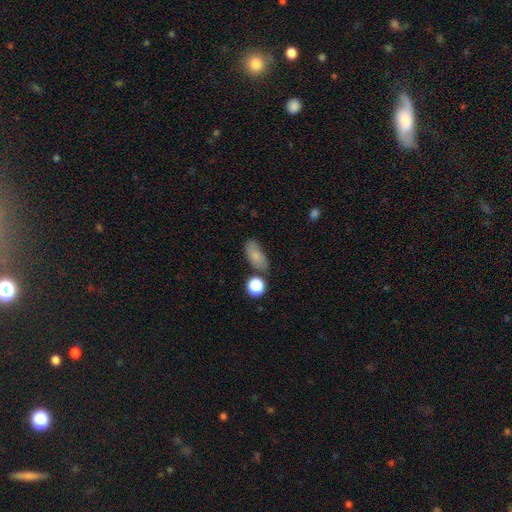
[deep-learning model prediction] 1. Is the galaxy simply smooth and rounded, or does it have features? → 76% smooth, 14% featured or disk, 10% star or artifact.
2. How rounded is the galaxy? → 86% in between, 8% round, 6% cigar-shaped.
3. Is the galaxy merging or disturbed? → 64% none, 20% minor disturbance, 10% merger, 6% major disturbance.